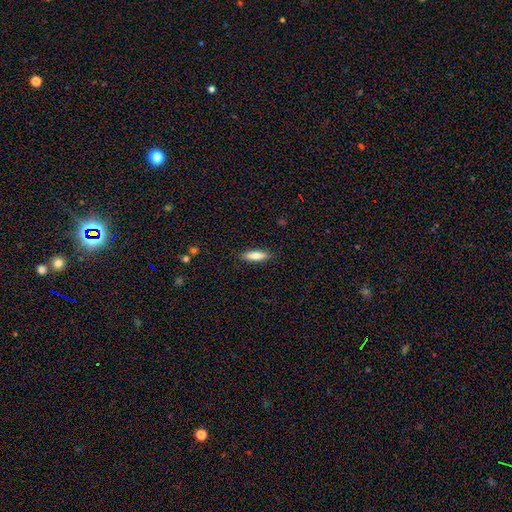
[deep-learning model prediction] Smooth or featured? smooth (78%)
How rounded? cigar-shaped (60%)
Merging? none (87%)